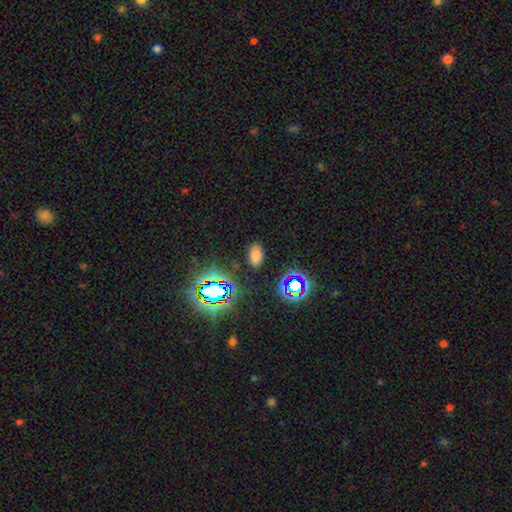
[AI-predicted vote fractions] Overall: smooth (69%). How rounded: in between (89%). Merging: none (84%).